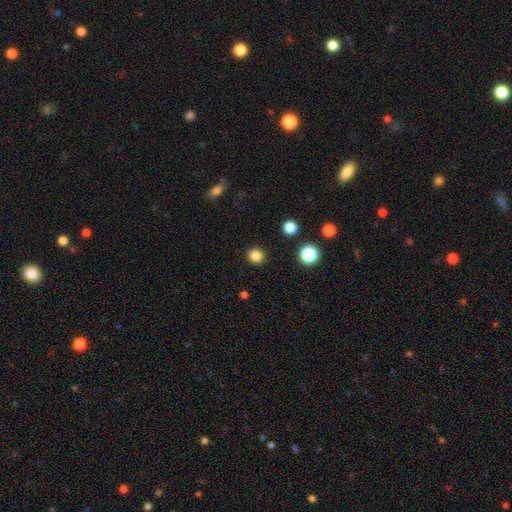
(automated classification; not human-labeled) smooth-or-featured: smooth: 84% | star or artifact: 12% | featured or disk: 4%
  how-rounded: round: 91% | in between: 8% | cigar-shaped: 1%
  merging: none: 91% | minor disturbance: 5% | major disturbance: 2% | merger: 1%